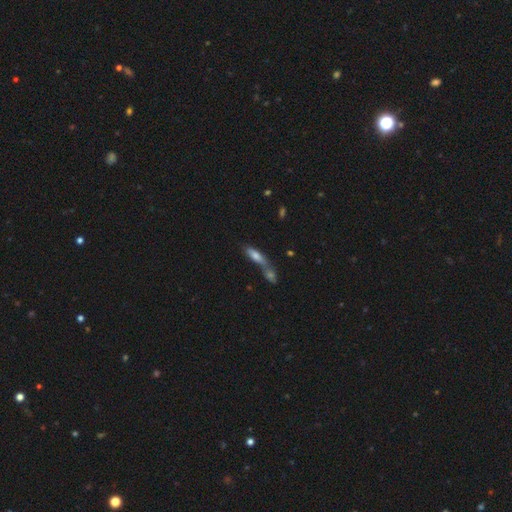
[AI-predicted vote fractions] A smooth galaxy with no disk features (69%) that is cigar-shaped (52%). Merging: merger (59%).